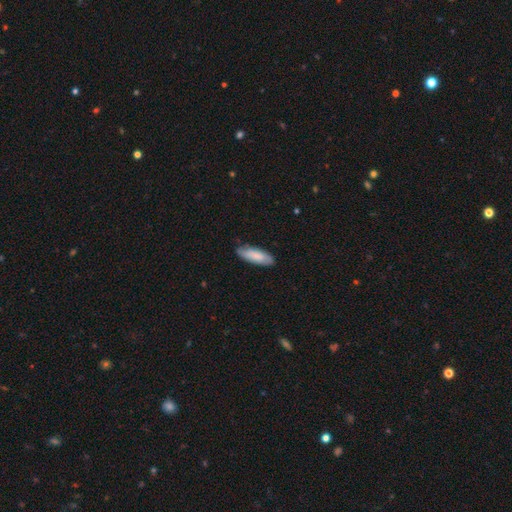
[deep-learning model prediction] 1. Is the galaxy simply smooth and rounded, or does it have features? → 80% smooth, 15% featured or disk, 5% star or artifact.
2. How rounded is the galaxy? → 62% in between, 37% cigar-shaped, 1% round.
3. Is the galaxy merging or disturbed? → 79% none, 17% minor disturbance, 2% major disturbance, 1% merger.